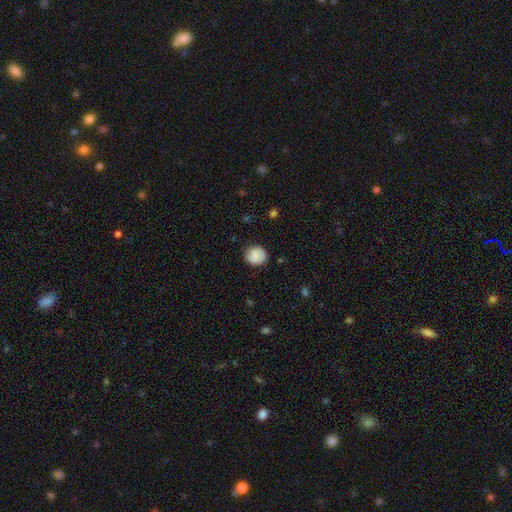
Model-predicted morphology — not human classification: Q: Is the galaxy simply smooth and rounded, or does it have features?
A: smooth — 71%.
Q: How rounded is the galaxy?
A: round — 79%.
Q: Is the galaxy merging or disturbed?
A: none — 82%.